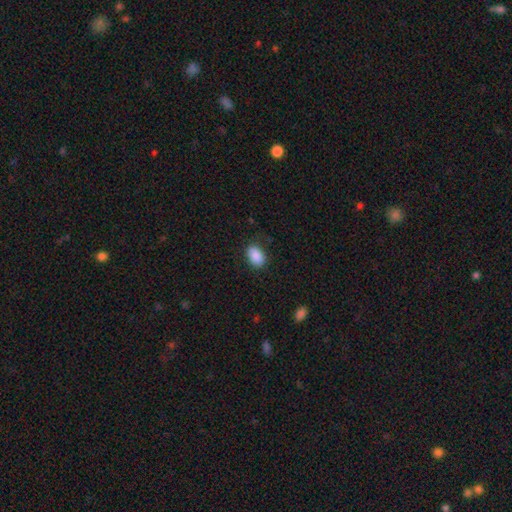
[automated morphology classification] This appears to be a smooth galaxy with no disk features (89%) that is in between round and cigar-shaped (85%). Merging: none (82%).